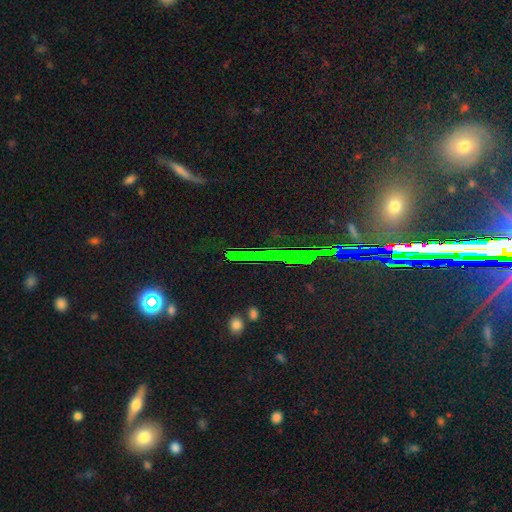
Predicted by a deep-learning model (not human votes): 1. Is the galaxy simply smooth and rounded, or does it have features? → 68% star or artifact, 17% featured or disk, 15% smooth.